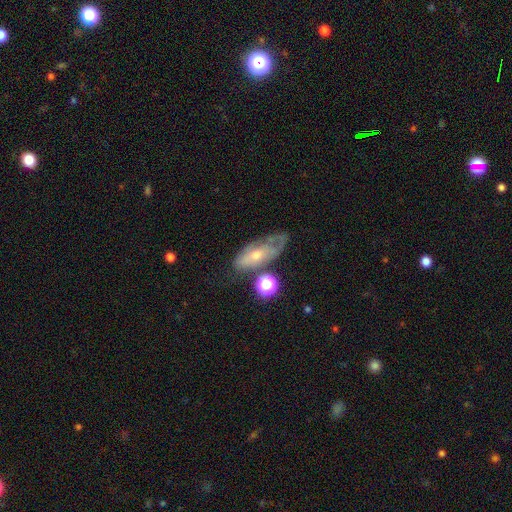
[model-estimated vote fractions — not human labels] This is possibly a featured or disk galaxy (45%). Merging: marginally none (34%).